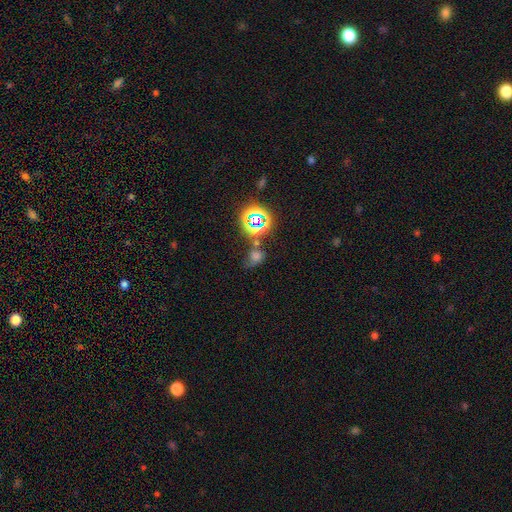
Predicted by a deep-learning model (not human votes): Smooth or featured? smooth (47%)
Merging? none (50%)